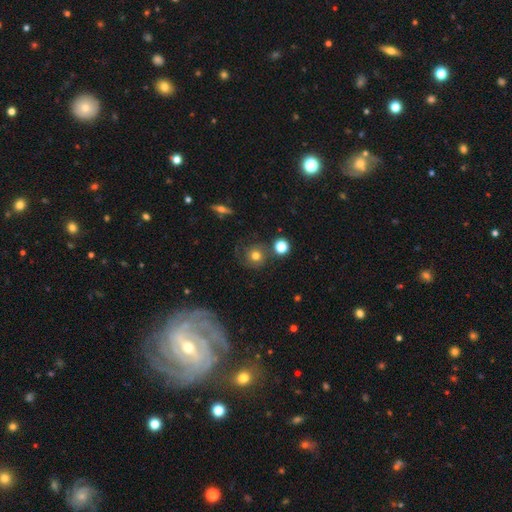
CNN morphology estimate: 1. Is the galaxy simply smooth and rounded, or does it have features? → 50% smooth, 36% featured or disk, 13% star or artifact.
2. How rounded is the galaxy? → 87% round, 11% in between, 1% cigar-shaped.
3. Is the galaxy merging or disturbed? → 68% none, 16% minor disturbance, 9% major disturbance, 7% merger.